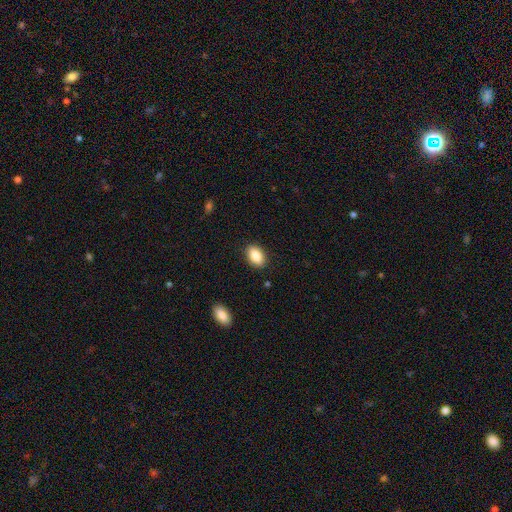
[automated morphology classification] Smooth or featured?
  - smooth: 85% *
  - star or artifact: 7%
  - featured or disk: 7%
How rounded?
  - in between: 89% *
  - round: 10%
  - cigar-shaped: 2%
Merging?
  - none: 88% *
  - minor disturbance: 8%
  - major disturbance: 2%
  - merger: 1%